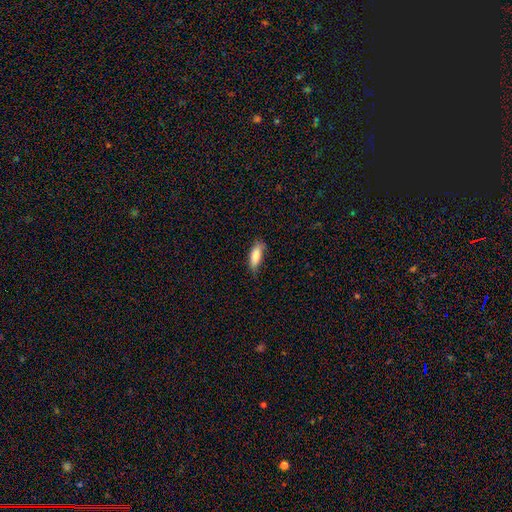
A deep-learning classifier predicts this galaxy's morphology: Smooth or featured?
  - smooth: 82% *
  - featured or disk: 12%
  - star or artifact: 6%
How rounded?
  - in between: 66% *
  - cigar-shaped: 32%
  - round: 2%
Merging?
  - none: 69% *
  - minor disturbance: 25%
  - major disturbance: 5%
  - merger: 1%